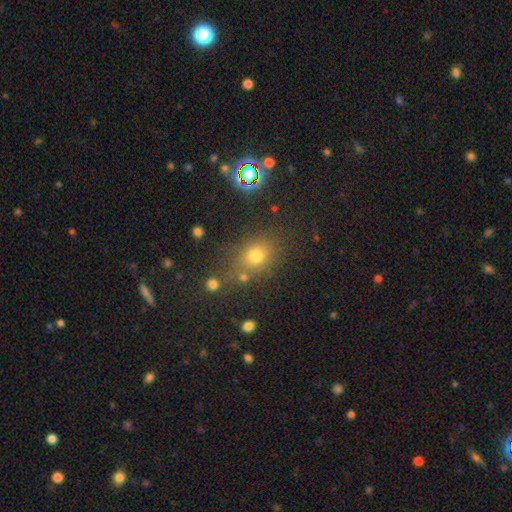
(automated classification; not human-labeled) Overall: smooth (68%). How rounded: round (57%; in between 41%). Merging: none (70%).